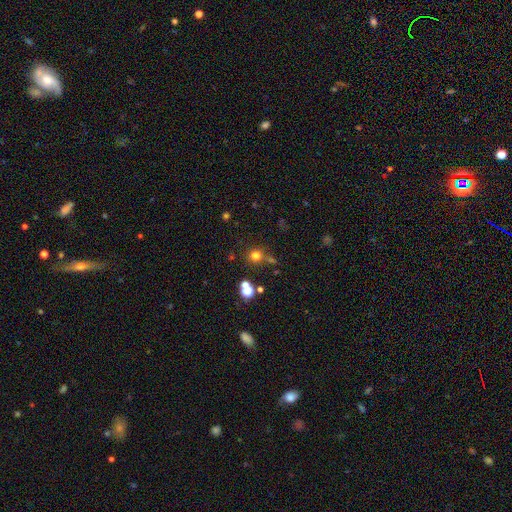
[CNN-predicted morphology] Smooth or featured? smooth (71%)
How rounded? round (91%)
Merging? none (72%)